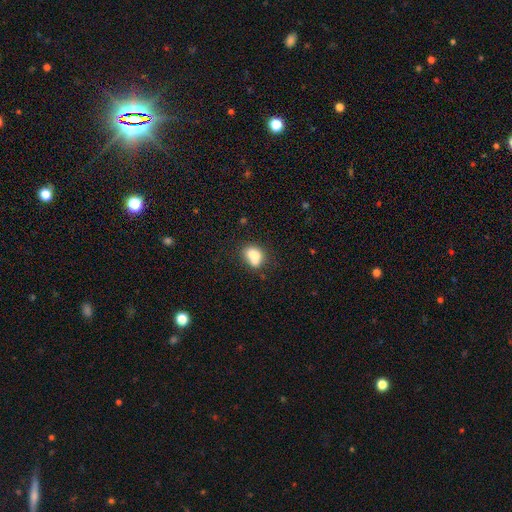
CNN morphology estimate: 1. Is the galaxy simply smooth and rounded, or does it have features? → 72% smooth, 18% featured or disk, 10% star or artifact.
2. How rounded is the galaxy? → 61% in between, 37% round, 2% cigar-shaped.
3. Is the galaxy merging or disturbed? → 40% merger, 34% none, 17% minor disturbance, 9% major disturbance.